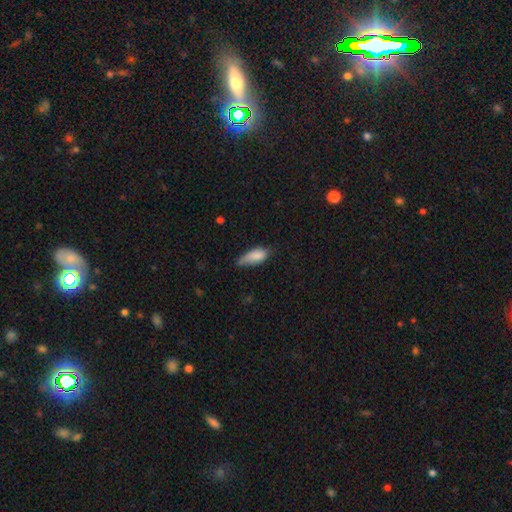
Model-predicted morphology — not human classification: smooth-or-featured: smooth: 81% | featured or disk: 12% | star or artifact: 7%
  how-rounded: in between: 80% | cigar-shaped: 17% | round: 3%
  merging: minor disturbance: 45% | none: 38% | major disturbance: 14% | merger: 3%